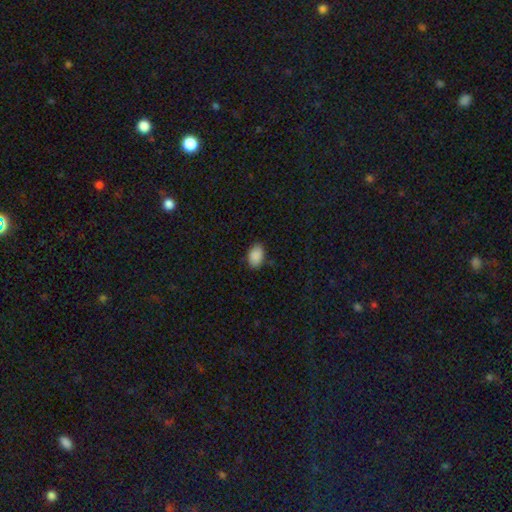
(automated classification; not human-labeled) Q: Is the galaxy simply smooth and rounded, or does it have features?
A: smooth — 90%.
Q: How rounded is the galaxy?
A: in between — 90%.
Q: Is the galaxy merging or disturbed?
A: none — 85%.